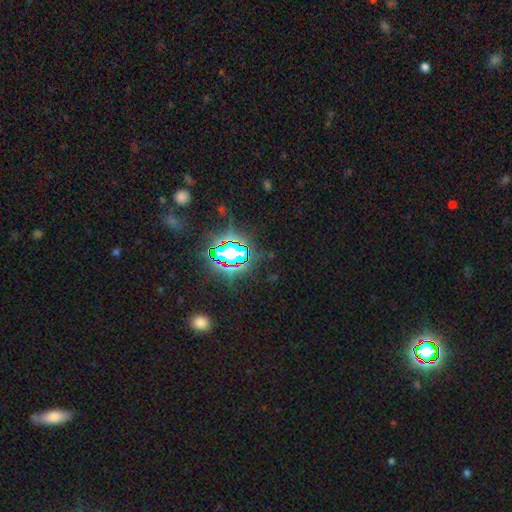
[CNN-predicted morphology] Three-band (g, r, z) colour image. It shows a star or artifact, not a galaxy (79%).